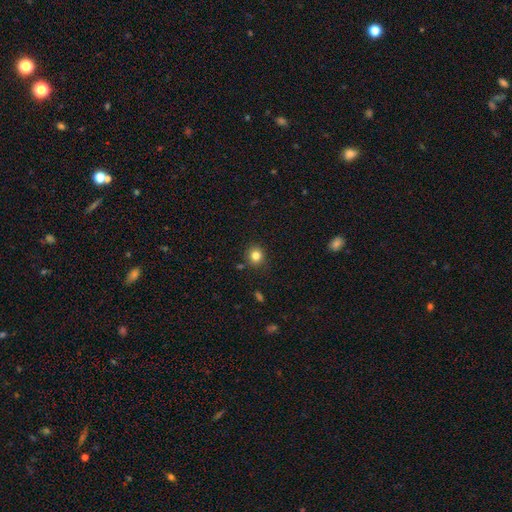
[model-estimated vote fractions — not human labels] smooth-or-featured: smooth: 82% | star or artifact: 12% | featured or disk: 6%
  how-rounded: round: 83% | in between: 16% | cigar-shaped: 1%
  merging: none: 85% | minor disturbance: 10% | merger: 3% | major disturbance: 2%